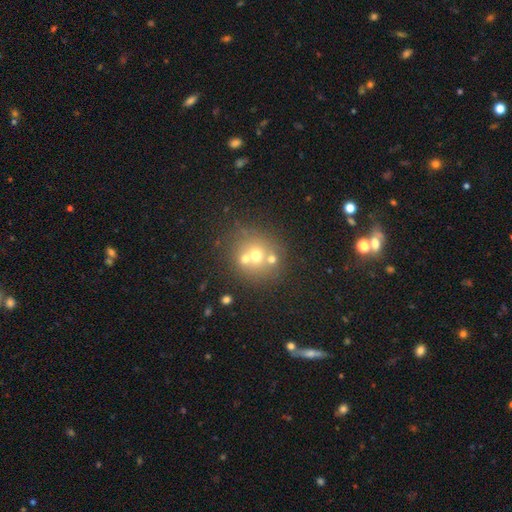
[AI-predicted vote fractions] Smooth or featured?
  - smooth: 58% *
  - featured or disk: 25%
  - star or artifact: 17%
How rounded?
  - round: 85% *
  - in between: 14%
  - cigar-shaped: 1%
Merging?
  - none: 50% *
  - merger: 38%
  - minor disturbance: 8%
  - major disturbance: 4%